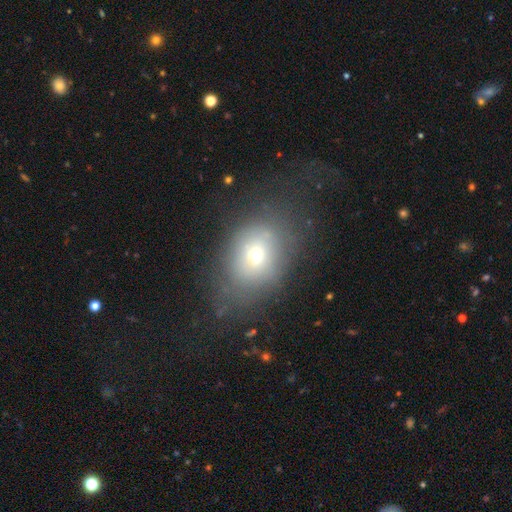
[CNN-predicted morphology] Smooth or featured? smooth (64%)
How rounded? in between (55%)
Merging? none (61%)